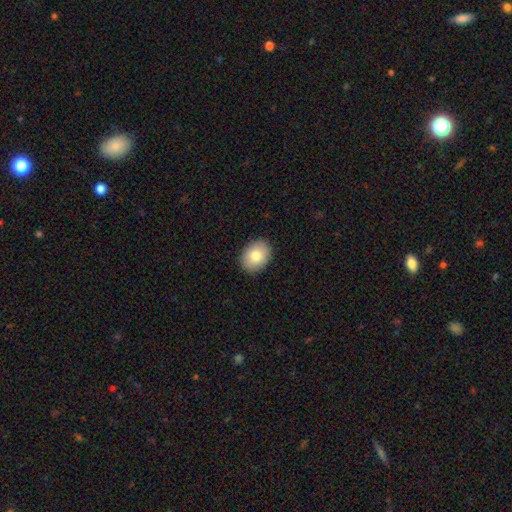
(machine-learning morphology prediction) Q: Smooth or featured?
A: smooth (82%); runner-up: featured or disk (10%)
Q: How rounded?
A: in between (63%); runner-up: round (36%)
Q: Merging?
A: none (90%); runner-up: minor disturbance (8%)